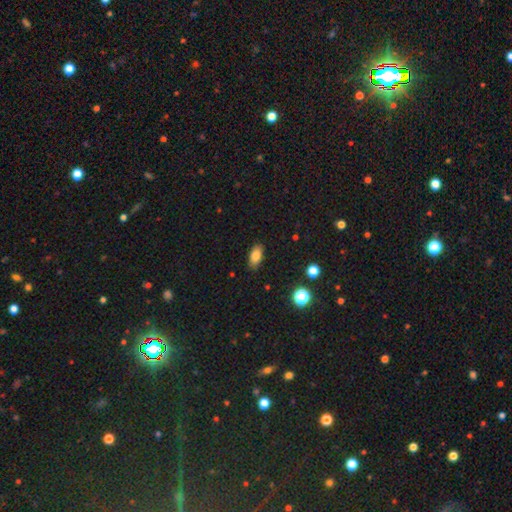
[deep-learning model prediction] Smooth or featured? Predicted: smooth (p=0.83). How rounded? Predicted: in between (p=0.90). Merging? Predicted: none (p=0.87).